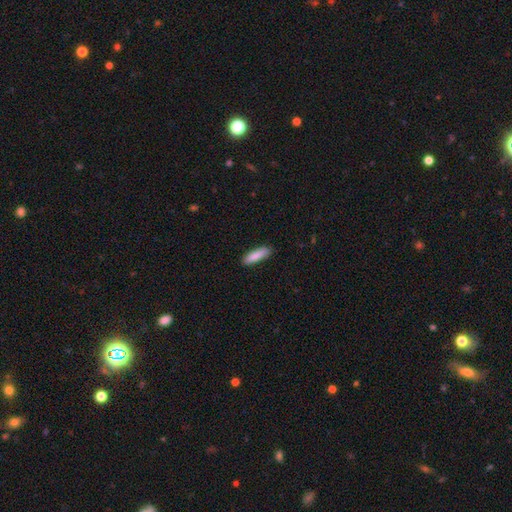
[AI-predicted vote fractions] Smooth or featured? Predicted: smooth (p=0.87). How rounded? Predicted: cigar-shaped (p=0.63). Merging? Predicted: none (p=0.88).